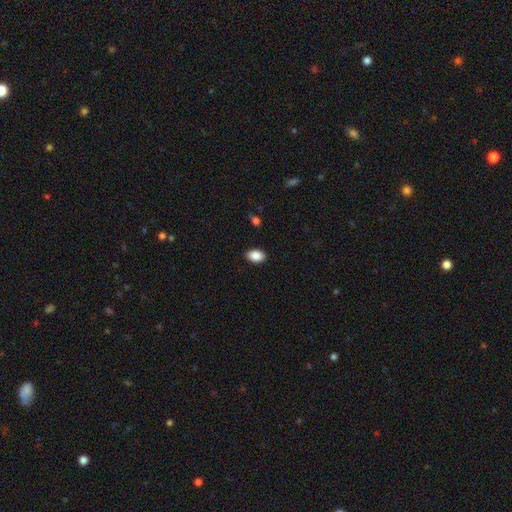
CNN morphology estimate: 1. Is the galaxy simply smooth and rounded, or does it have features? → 88% smooth, 8% star or artifact, 4% featured or disk.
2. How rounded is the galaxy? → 86% in between, 12% round, 1% cigar-shaped.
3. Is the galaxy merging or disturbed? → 89% none, 8% minor disturbance, 2% major disturbance, 1% merger.